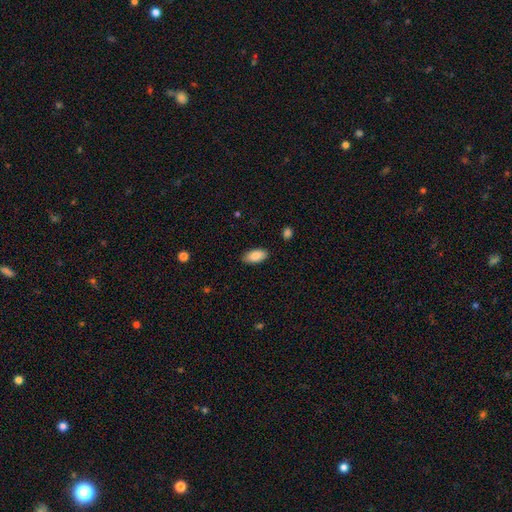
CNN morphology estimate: This appears to be a smooth galaxy with no disk features (87%) that is in between round and cigar-shaped (92%). Merging: none (87%).